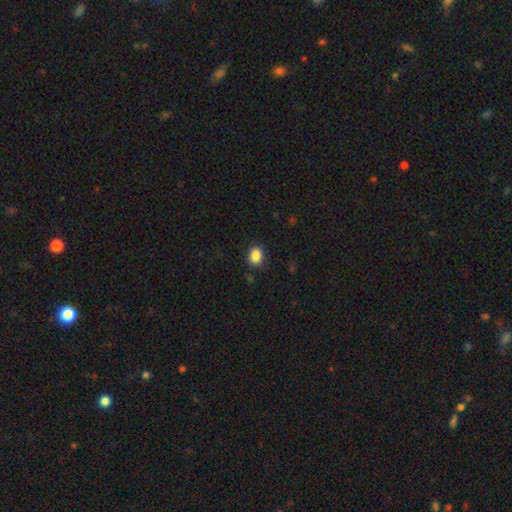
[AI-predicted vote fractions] This is clearly a smooth galaxy (87%). How rounded: possibly in between (52%). Merging: clearly none (85%).